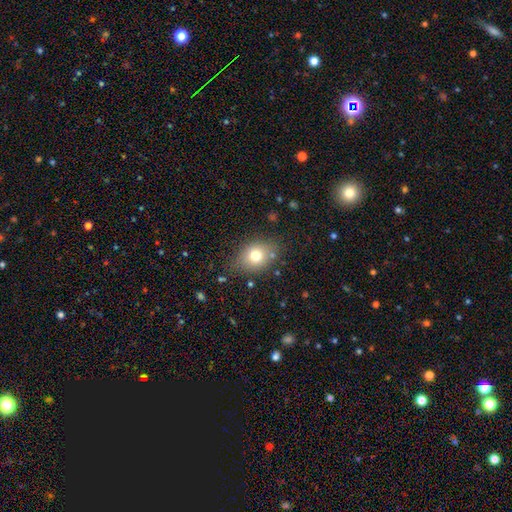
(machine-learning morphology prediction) Q: Smooth or featured?
A: smooth (75%); runner-up: featured or disk (13%)
Q: How rounded?
A: in between (54%); runner-up: round (45%)
Q: Merging?
A: none (75%); runner-up: minor disturbance (17%)